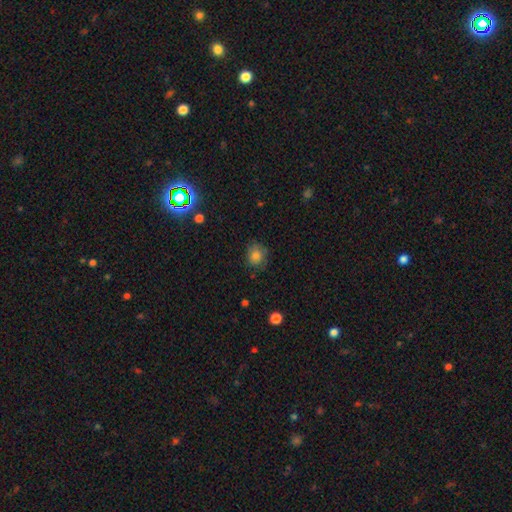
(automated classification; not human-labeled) Smooth or featured? Predicted: smooth (p=0.79). How rounded? Predicted: round (p=0.76). Merging? Predicted: none (p=0.72).